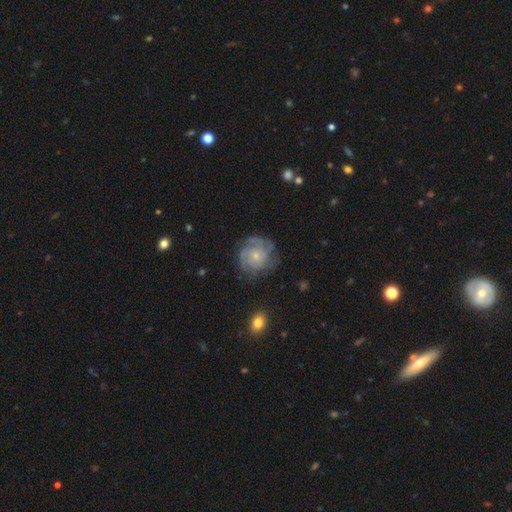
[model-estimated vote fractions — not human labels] The model was most divided on "spiral arm count": can't tell: 43%, 3: 19%, 4: 14%, 2: 13%, more than 4: 6%, 1: 5%. More confident: edge-on disk — no (98%); spiral arms — yes (85%); bar — no (83%); smooth or featured — featured or disk (69%); merging — none (68%); bulge size — small (65%); spiral winding — tight (61%).